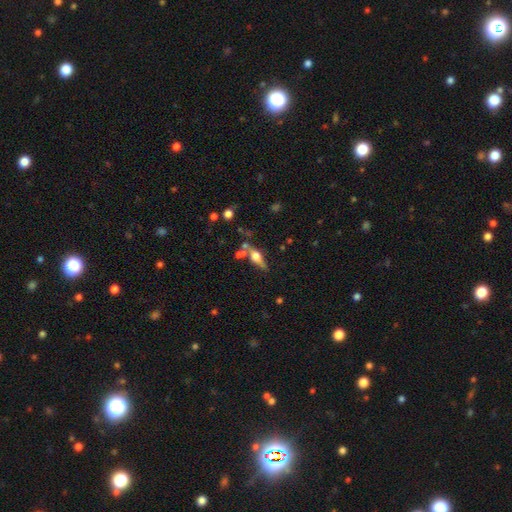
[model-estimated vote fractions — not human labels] Smooth or featured? Predicted: featured or disk (p=0.55). Edge-on disk? Predicted: yes (p=0.85). Merging? Predicted: none (p=0.56).